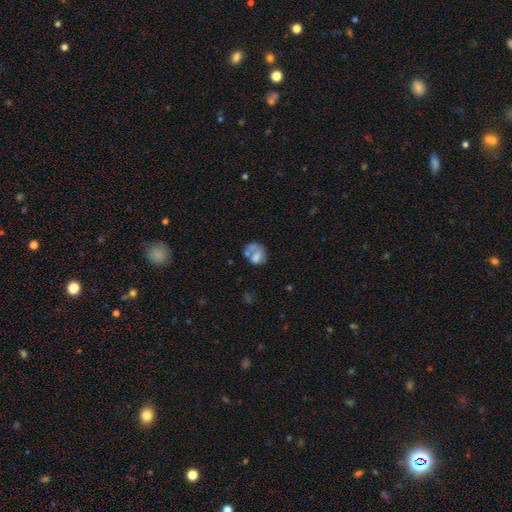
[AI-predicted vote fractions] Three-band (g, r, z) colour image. It shows a smooth galaxy with no disk features (55%) that is round (52%). Merging: merger (31%).